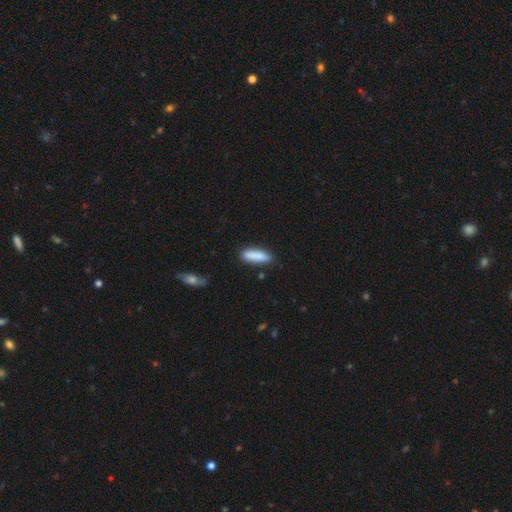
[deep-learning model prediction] Q: Smooth or featured?
A: smooth (87%); runner-up: featured or disk (8%)
Q: How rounded?
A: cigar-shaped (60%); runner-up: in between (38%)
Q: Merging?
A: none (82%); runner-up: minor disturbance (13%)